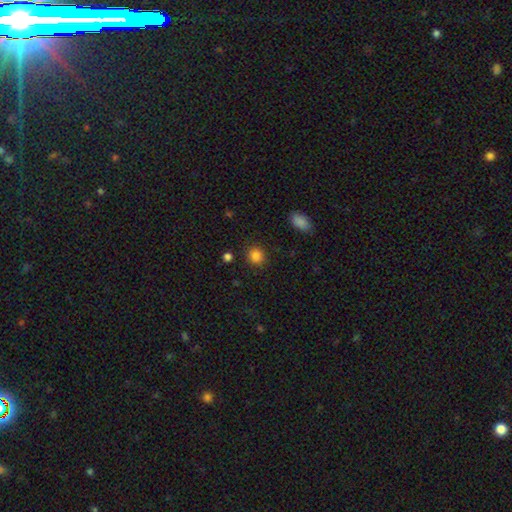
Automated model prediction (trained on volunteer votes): The model was most divided on "how rounded": round: 84%, in between: 15%, cigar-shaped: 1%. More confident: merging — none (89%); smooth or featured — smooth (85%).